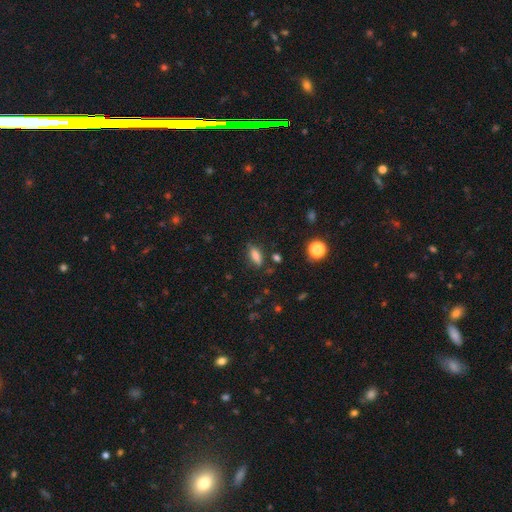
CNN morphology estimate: smooth 80%, star or artifact 11%, featured or disk 9%. Down the decision tree: how rounded — in between (67%); merging — none (80%).